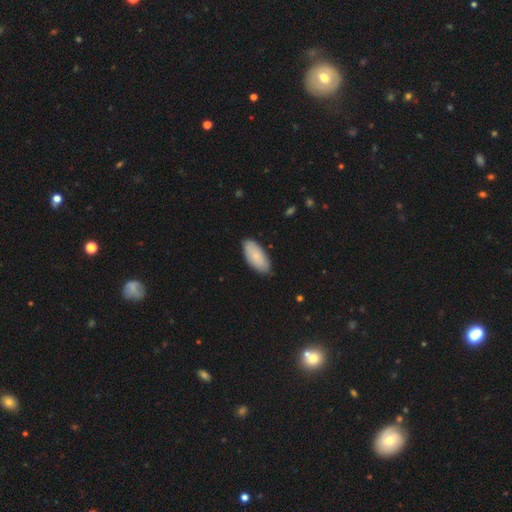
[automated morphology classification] A smooth galaxy with no disk features (79%) that is in between round and cigar-shaped (91%). Merging: none (84%).